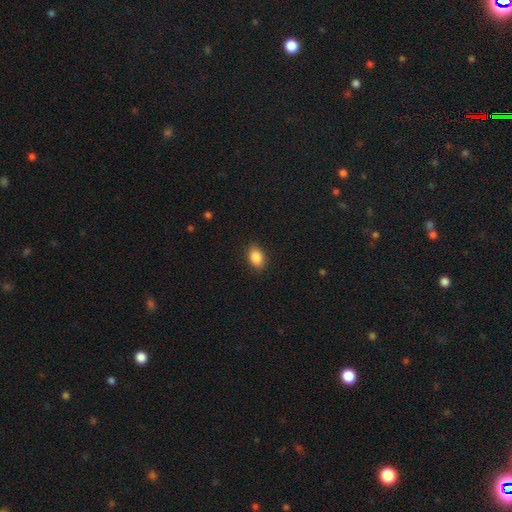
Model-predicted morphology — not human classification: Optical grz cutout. It shows a smooth galaxy with no disk features (88%) that is in between round and cigar-shaped (84%). Merging: none (88%).